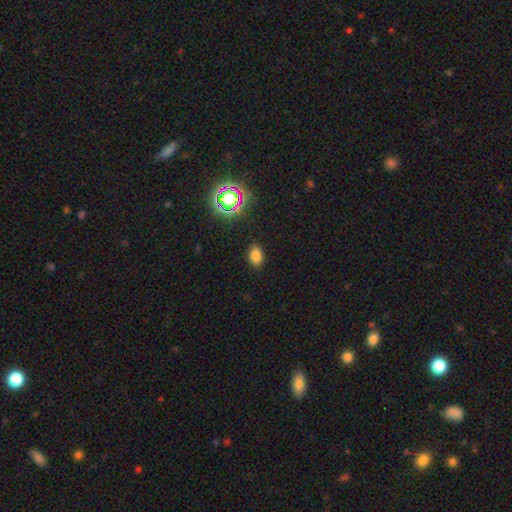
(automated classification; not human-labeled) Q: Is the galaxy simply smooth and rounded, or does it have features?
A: smooth — 77%.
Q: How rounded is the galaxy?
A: in between — 85%.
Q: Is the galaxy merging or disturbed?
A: none — 87%.